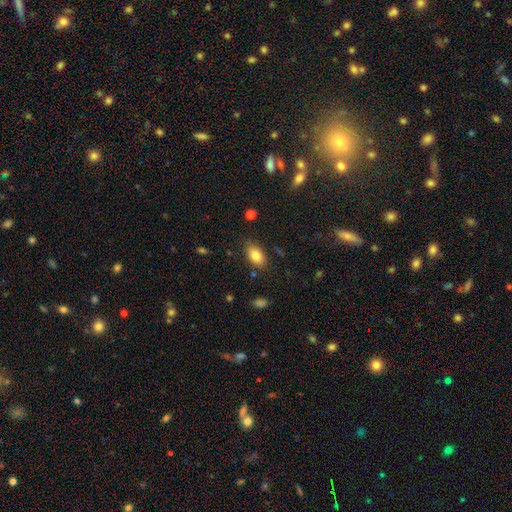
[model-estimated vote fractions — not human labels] smooth 82%, featured or disk 10%, star or artifact 8%. Down the decision tree: how rounded — in between (90%); merging — none (81%).